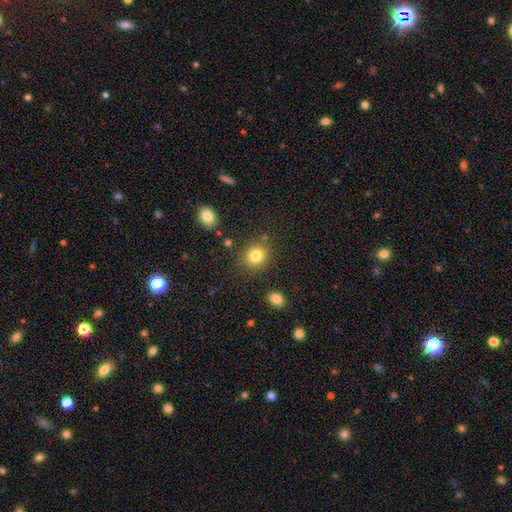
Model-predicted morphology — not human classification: smooth 82%, star or artifact 11%, featured or disk 7%. Down the decision tree: how rounded — round (76%); merging — none (82%).